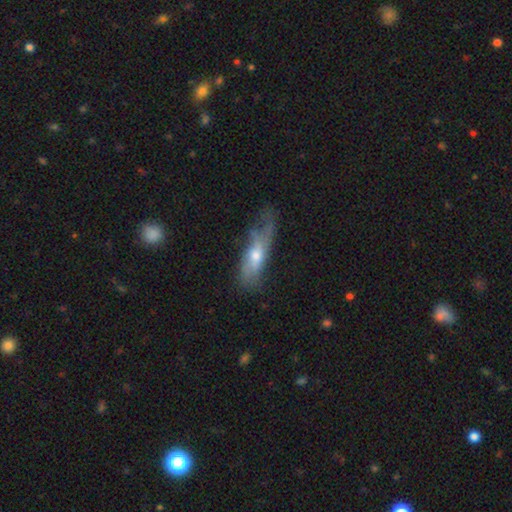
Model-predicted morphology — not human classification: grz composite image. It shows a smooth galaxy with no disk features (49%). Merging: none (39%).